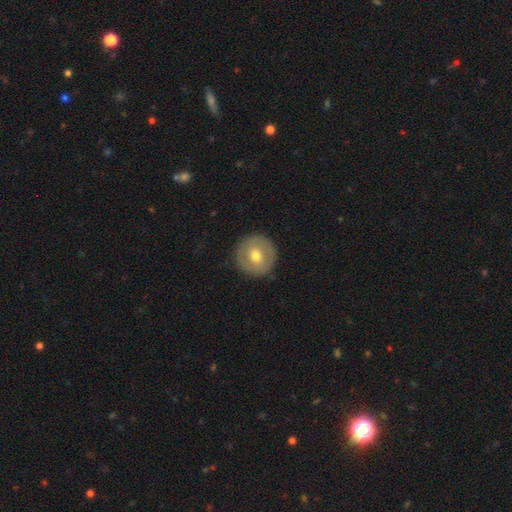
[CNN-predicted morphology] Smooth or featured? Predicted: smooth (p=0.54). How rounded? Predicted: round (p=0.94). Merging? Predicted: none (p=0.89).